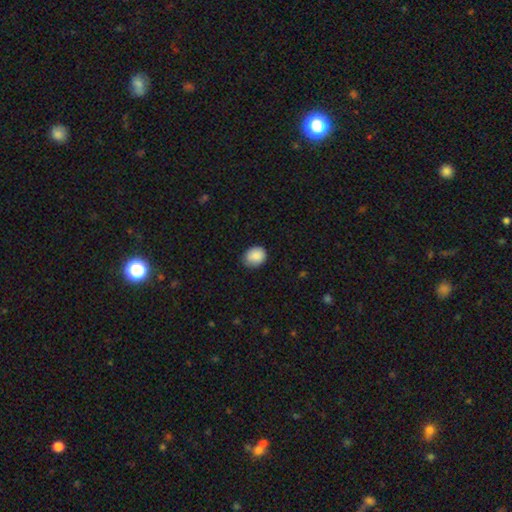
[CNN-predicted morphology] Overall: smooth (88%). How rounded: round (57%; in between 42%). Merging: none (77%).